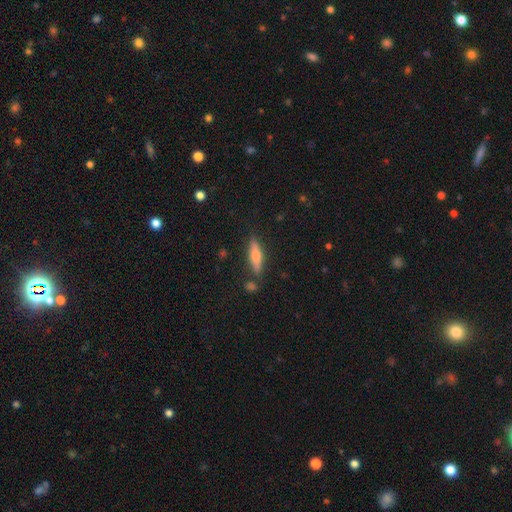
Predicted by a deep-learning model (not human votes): Overall: smooth (53%; featured or disk 40%). How rounded: cigar-shaped (75%). Merging: none (82%).